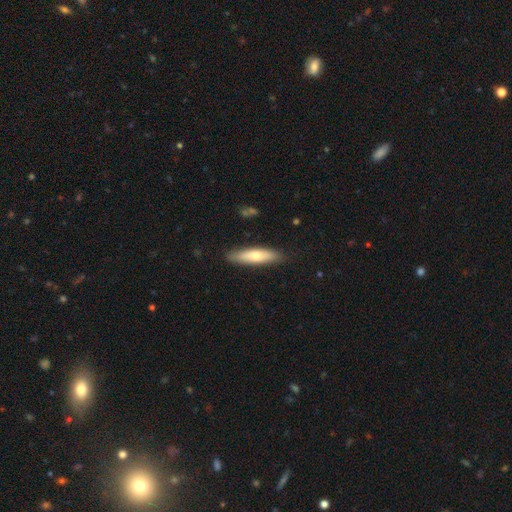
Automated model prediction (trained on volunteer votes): This appears to be a smooth galaxy with no disk features (66%) that is cigar-shaped (71%). Merging: none (86%).